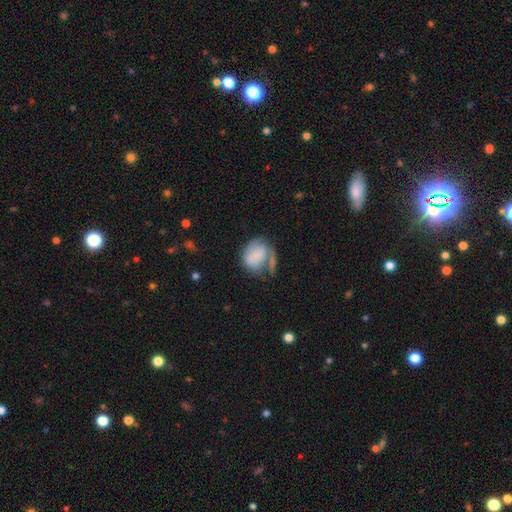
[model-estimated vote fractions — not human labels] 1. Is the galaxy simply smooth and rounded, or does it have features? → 69% smooth, 24% featured or disk, 7% star or artifact.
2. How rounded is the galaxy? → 52% in between, 46% round, 1% cigar-shaped.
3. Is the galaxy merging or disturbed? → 31% none, 25% major disturbance, 23% minor disturbance, 21% merger.